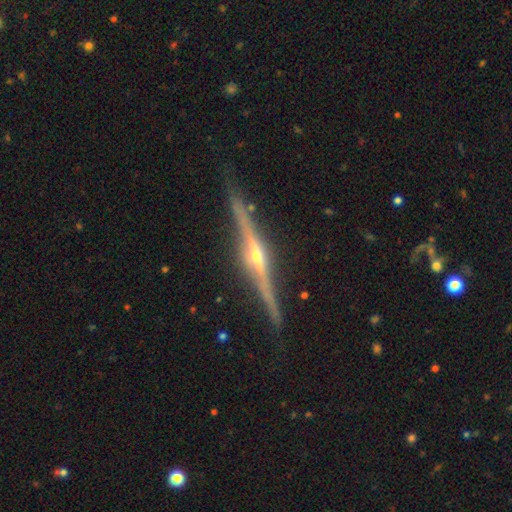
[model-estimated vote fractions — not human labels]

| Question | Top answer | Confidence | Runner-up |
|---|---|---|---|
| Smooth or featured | featured or disk | 89% | smooth (6%) |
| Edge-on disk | yes | 98% | no (2%) |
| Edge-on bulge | rounded | 86% | none (8%) |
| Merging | none | 89% | minor disturbance (8%) |